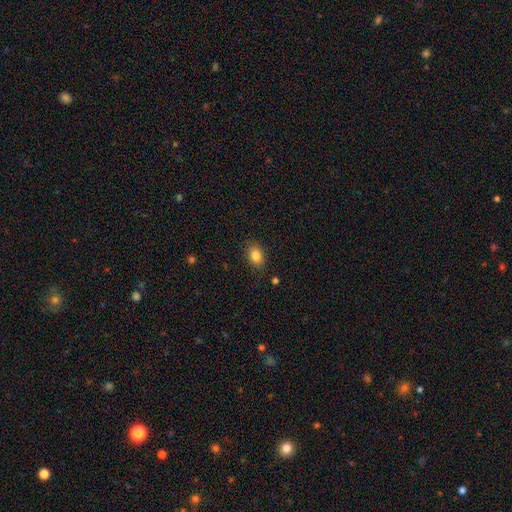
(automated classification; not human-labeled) A smooth galaxy with no disk features (84%) that is in between round and cigar-shaped (79%). Merging: none (85%).